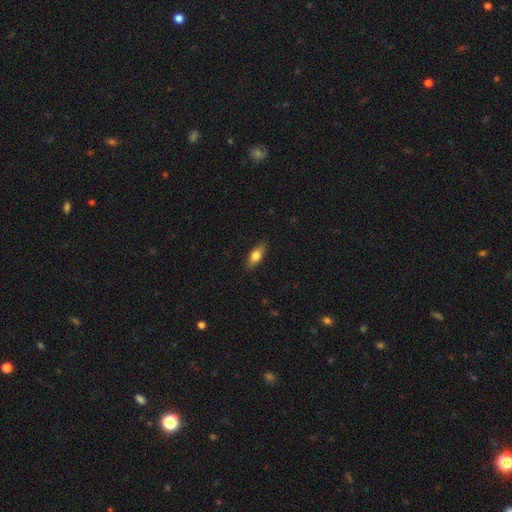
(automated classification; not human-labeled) Smooth or featured?
  - smooth: 76% *
  - featured or disk: 17%
  - star or artifact: 7%
How rounded?
  - in between: 82% *
  - cigar-shaped: 15%
  - round: 4%
Merging?
  - none: 87% *
  - minor disturbance: 10%
  - major disturbance: 2%
  - merger: 1%